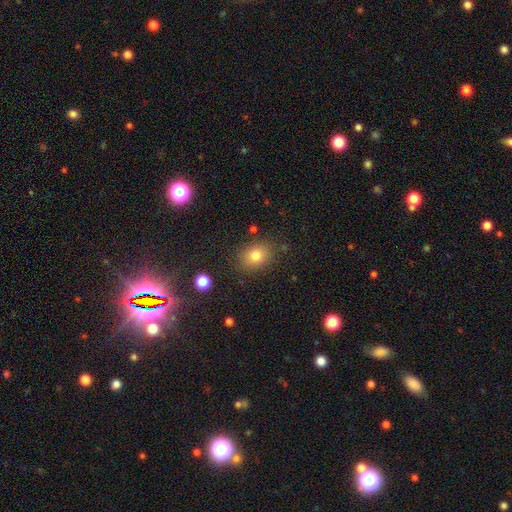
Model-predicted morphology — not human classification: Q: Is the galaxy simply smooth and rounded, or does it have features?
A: smooth — 78%.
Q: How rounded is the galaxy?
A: in between — 56%.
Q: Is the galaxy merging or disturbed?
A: none — 83%.